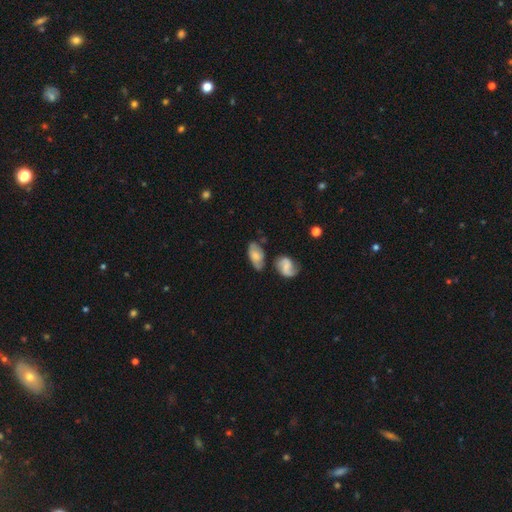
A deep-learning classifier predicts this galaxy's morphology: A smooth galaxy with no disk features (56%) that is in between round and cigar-shaped (90%). Merging: none (57%).